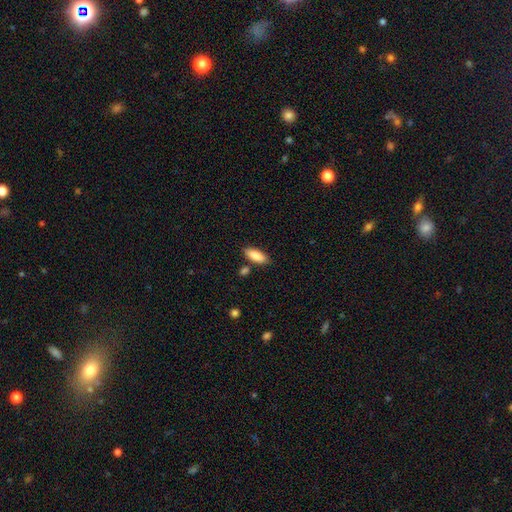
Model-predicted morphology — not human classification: This appears to be a smooth galaxy with no disk features (87%) that is in between round and cigar-shaped (80%). Merging: none (79%).